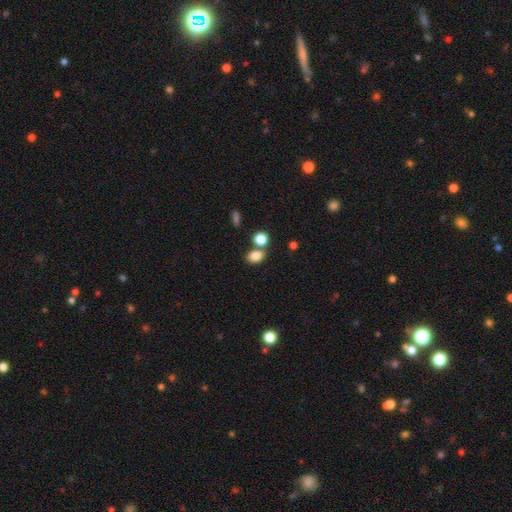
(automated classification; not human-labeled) Smooth or featured? smooth (82%)
How rounded? in between (70%)
Merging? none (60%)